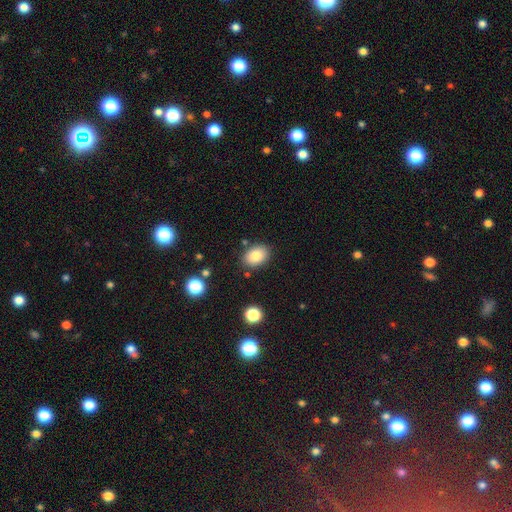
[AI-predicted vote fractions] The model was most divided on "how rounded": in between: 80%, round: 19%, cigar-shaped: 1%. More confident: merging — none (84%); smooth or featured — smooth (83%).